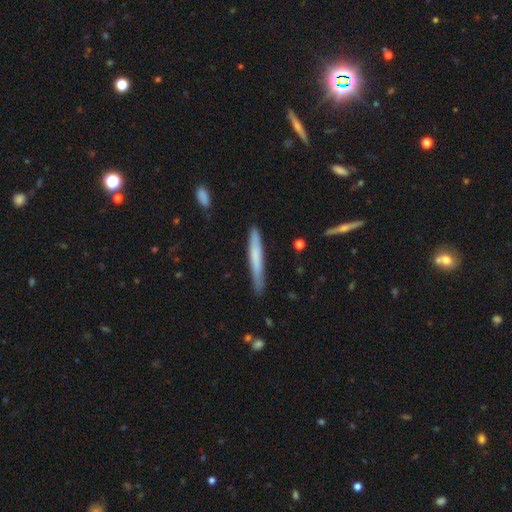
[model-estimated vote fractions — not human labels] A smooth galaxy with no disk features (64%) that is cigar-shaped (96%).

Vote fractions:
- Smooth or featured? smooth: 64% / featured or disk: 30% / star or artifact: 6%
- How rounded? cigar-shaped: 96% / in between: 3% / round: 1%
- Merging? none: 82% / minor disturbance: 15% / major disturbance: 2% / merger: 2%